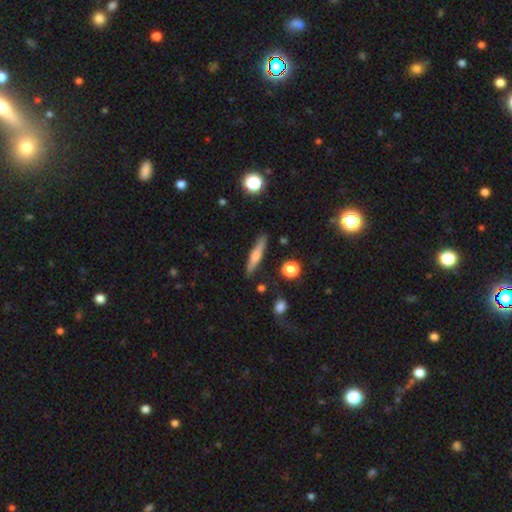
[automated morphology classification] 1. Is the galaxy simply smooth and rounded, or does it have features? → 53% smooth, 40% featured or disk, 7% star or artifact.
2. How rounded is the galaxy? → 87% cigar-shaped, 11% in between, 2% round.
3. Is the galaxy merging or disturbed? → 85% none, 10% minor disturbance, 2% major disturbance, 2% merger.